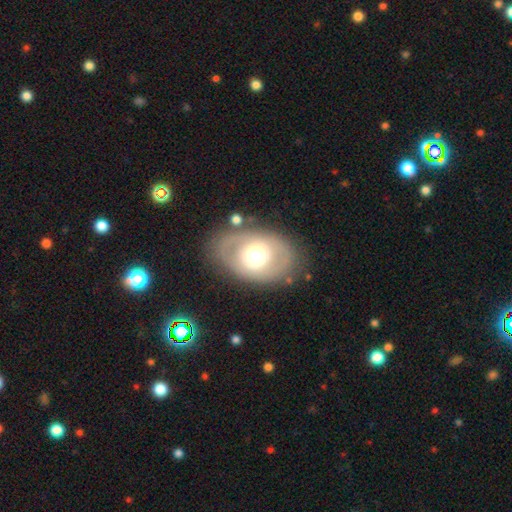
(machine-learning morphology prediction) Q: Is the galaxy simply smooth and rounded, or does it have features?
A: featured or disk — 48%.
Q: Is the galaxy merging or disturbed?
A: none — 75%.